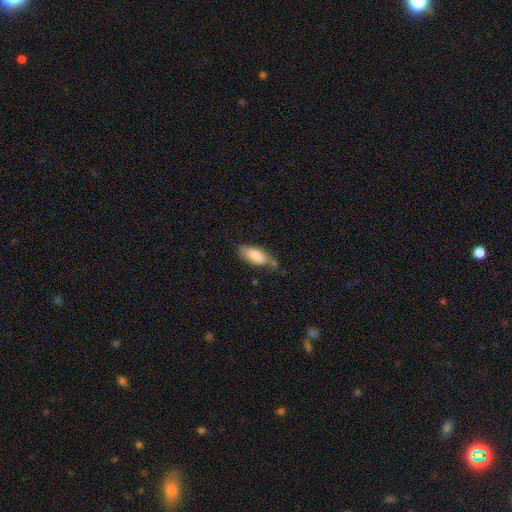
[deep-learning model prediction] A smooth galaxy with no disk features (81%) that is in between round and cigar-shaped (87%). Merging: none (63%).